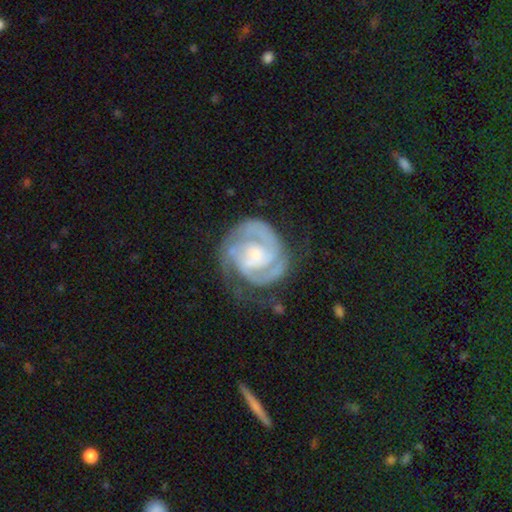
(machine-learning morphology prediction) The model was most divided on "bulge size": small: 53%, moderate: 34%, none: 6%, large: 6%, dominant: 1%. More confident: edge-on disk — no (98%); spiral arms — yes (97%); smooth or featured — featured or disk (88%); merging — none (62%); spiral winding — tight (61%); spiral arm count — 2 (56%); bar — no (56%).